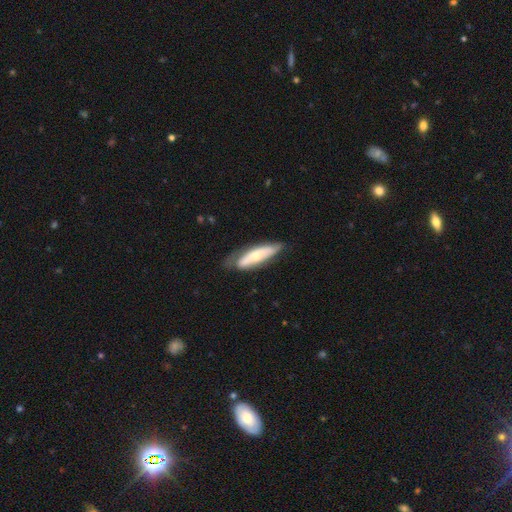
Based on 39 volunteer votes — Q: Smooth or featured?
A: smooth (51%); runner-up: featured or disk (44%)
Q: How rounded?
A: in between (50%); tied with: cigar-shaped (50%)
Q: Merging?
A: none (43%); runner-up: minor disturbance (30%)